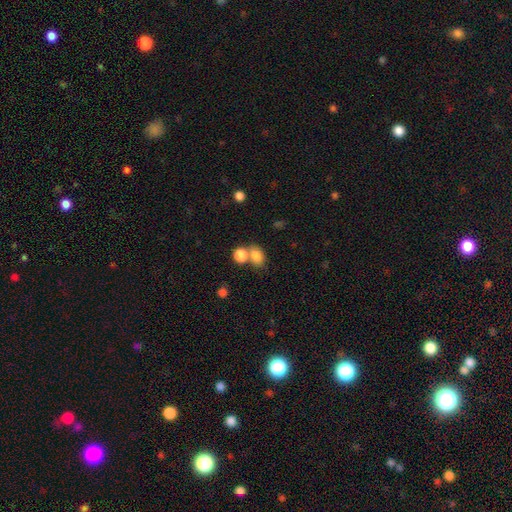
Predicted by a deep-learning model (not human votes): Overall: smooth (82%). How rounded: in between (61%; round 38%). Merging: none (46%; merger 39%).